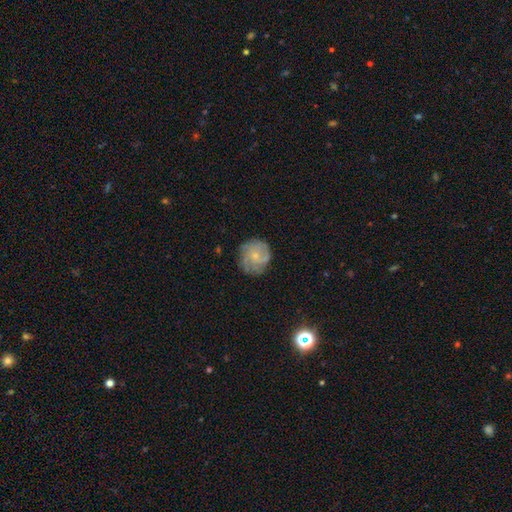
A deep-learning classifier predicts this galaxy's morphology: Smooth or featured? featured or disk (55%)
Edge-on disk? no (98%)
Bar? no (82%)
Spiral arms? yes (83%)
Bulge size? small (71%)
Merging? none (75%)